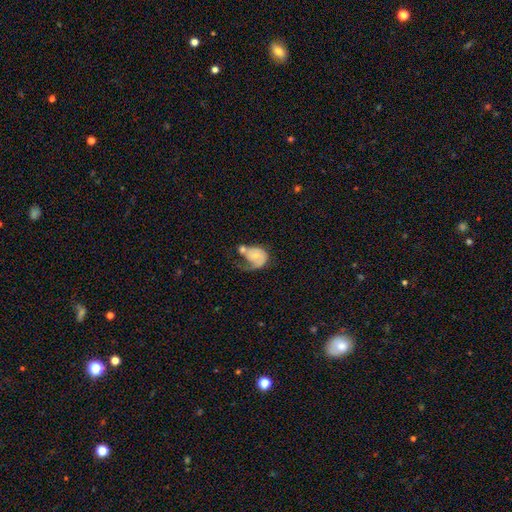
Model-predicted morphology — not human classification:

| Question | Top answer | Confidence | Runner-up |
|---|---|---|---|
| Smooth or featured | featured or disk | 60% | smooth (33%) |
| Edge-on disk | no | 98% | yes (2%) |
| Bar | no | 75% | weak (21%) |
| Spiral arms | yes | 77% | no (23%) |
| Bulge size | small | 51% | moderate (34%) |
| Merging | major disturbance | 39% | merger (25%) |